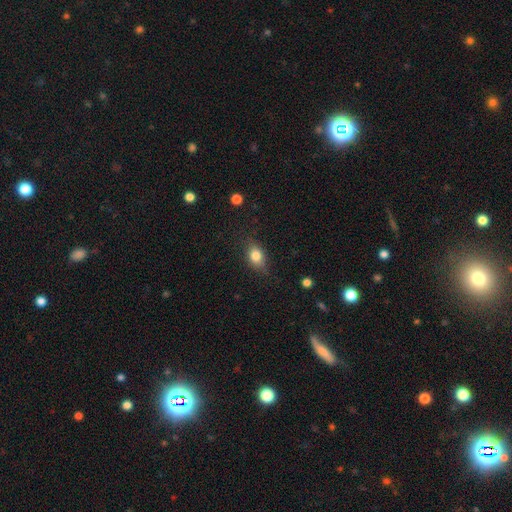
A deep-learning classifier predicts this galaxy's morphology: The model was most divided on "how rounded": in between: 71%, round: 26%, cigar-shaped: 3%. More confident: smooth or featured — smooth (80%); merging — none (75%).